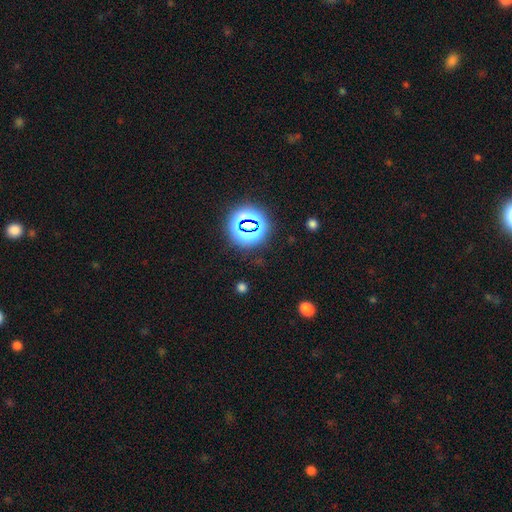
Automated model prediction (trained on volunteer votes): star or artifact 79%, smooth 14%, featured or disk 7%.